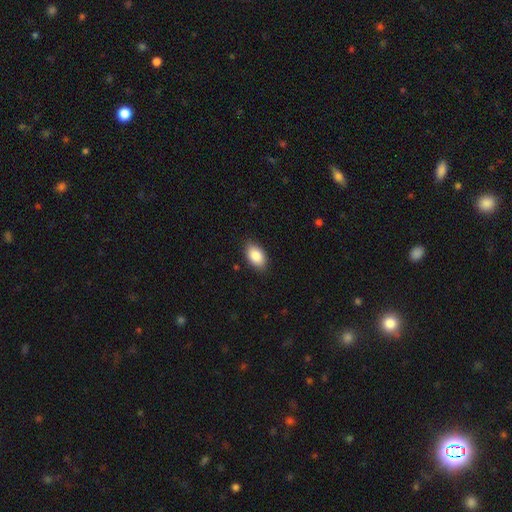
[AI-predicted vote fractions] A smooth galaxy with no disk features (88%) that is in between round and cigar-shaped (92%). Merging: none (86%).